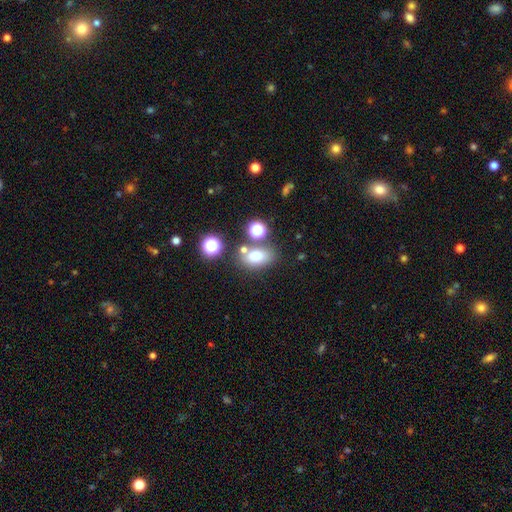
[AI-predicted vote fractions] The model was most divided on "how rounded": in between: 72%, round: 26%, cigar-shaped: 2%. More confident: smooth or featured — smooth (71%); merging — none (66%).